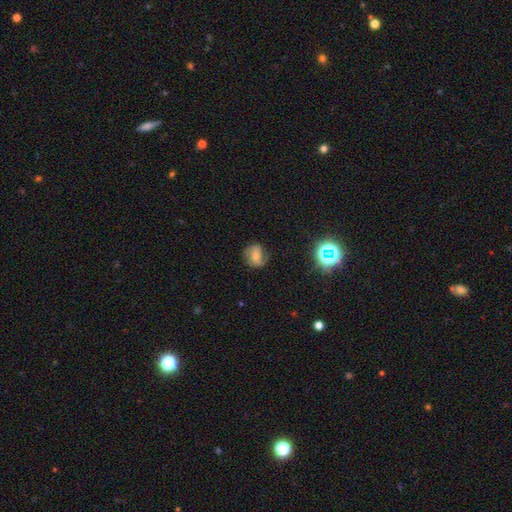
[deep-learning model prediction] smooth-or-featured: featured or disk: 48% | smooth: 38% | star or artifact: 14%
  merging: none: 66% | minor disturbance: 23% | major disturbance: 10% | merger: 2%